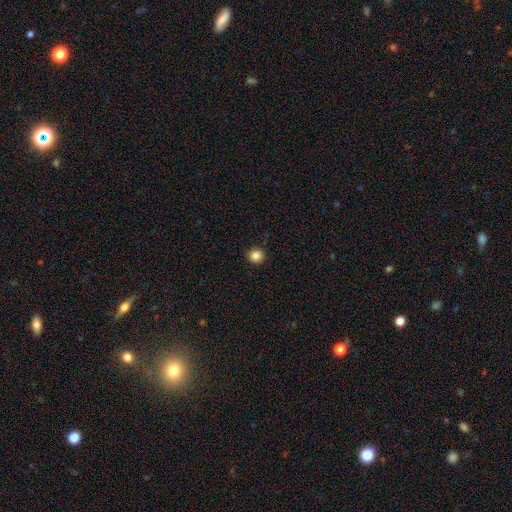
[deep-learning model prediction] Smooth or featured? Predicted: smooth (p=0.86). How rounded? Predicted: round (p=0.92). Merging? Predicted: none (p=0.92).